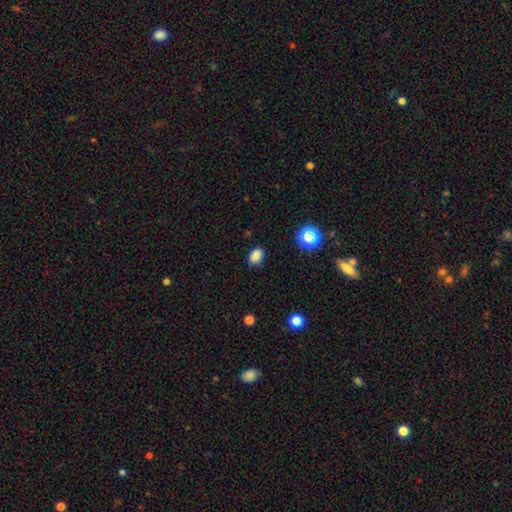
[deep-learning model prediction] A smooth galaxy with no disk features (84%) that is in between round and cigar-shaped (73%).

Vote fractions:
- Smooth or featured? smooth: 84% / star or artifact: 13% / featured or disk: 4%
- How rounded? in between: 73% / round: 26% / cigar-shaped: 1%
- Merging? none: 83% / minor disturbance: 13% / major disturbance: 3% / merger: 1%